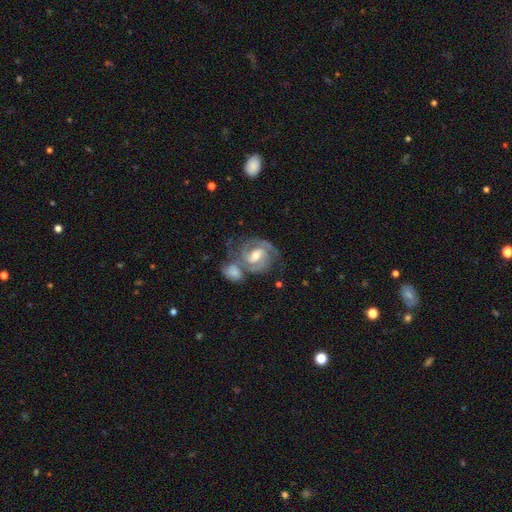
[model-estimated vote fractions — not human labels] The model was most divided on "merging": none: 47%, merger: 32%, minor disturbance: 14%, major disturbance: 7%. Remaining: spiral arms — yes (97%); edge-on disk — no (97%); smooth or featured — featured or disk (89%); spiral arm count — 2 (69%); bulge size — moderate (65%); spiral winding — tight (57%); bar — weak (49%).